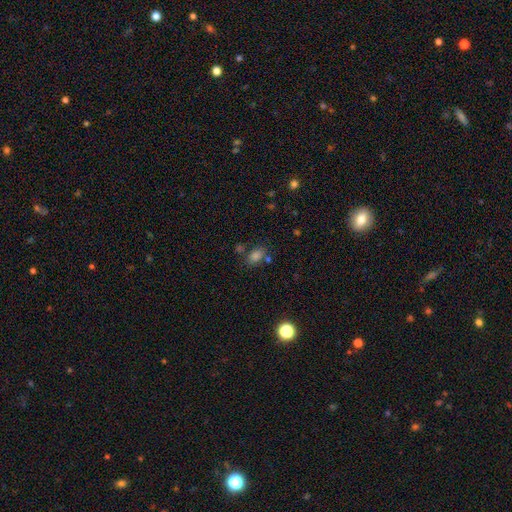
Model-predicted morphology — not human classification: Q: Smooth or featured?
A: smooth (72%); runner-up: star or artifact (21%)
Q: How rounded?
A: in between (78%); runner-up: round (19%)
Q: Merging?
A: none (71%); runner-up: minor disturbance (13%)